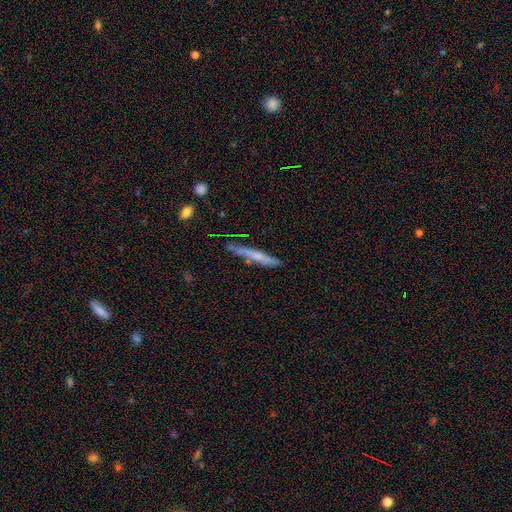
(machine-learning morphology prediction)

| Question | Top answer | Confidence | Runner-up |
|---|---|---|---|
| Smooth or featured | smooth | 47% | featured or disk (46%) |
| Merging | none | 74% | minor disturbance (19%) |